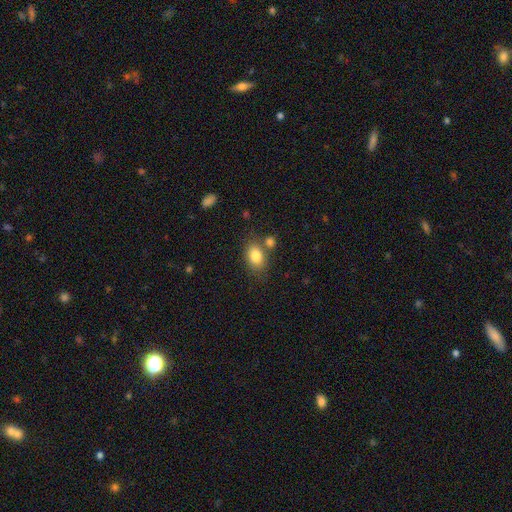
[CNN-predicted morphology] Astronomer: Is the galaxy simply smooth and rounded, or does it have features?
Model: smooth — 82%.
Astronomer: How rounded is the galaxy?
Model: in between — 77%.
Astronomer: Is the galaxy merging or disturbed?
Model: none — 65%.